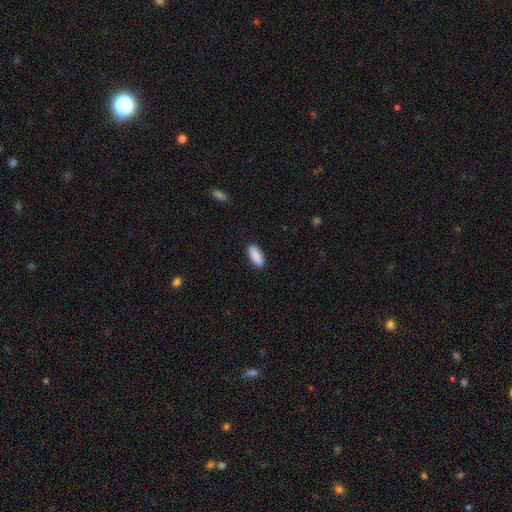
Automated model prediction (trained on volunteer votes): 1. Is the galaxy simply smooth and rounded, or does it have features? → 90% smooth, 6% star or artifact, 4% featured or disk.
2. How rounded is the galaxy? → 85% in between, 13% cigar-shaped, 2% round.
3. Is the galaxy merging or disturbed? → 89% none, 8% minor disturbance, 2% major disturbance, 1% merger.